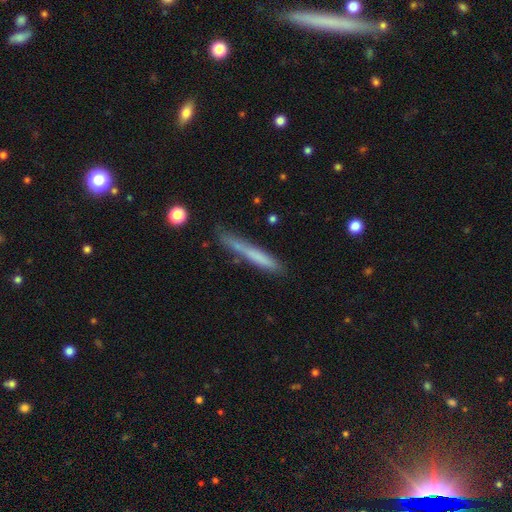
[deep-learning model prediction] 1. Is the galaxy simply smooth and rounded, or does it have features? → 66% smooth, 26% featured or disk, 7% star or artifact.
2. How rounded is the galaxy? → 95% cigar-shaped, 3% in between, 1% round.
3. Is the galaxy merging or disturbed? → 73% none, 19% minor disturbance, 5% major disturbance, 4% merger.